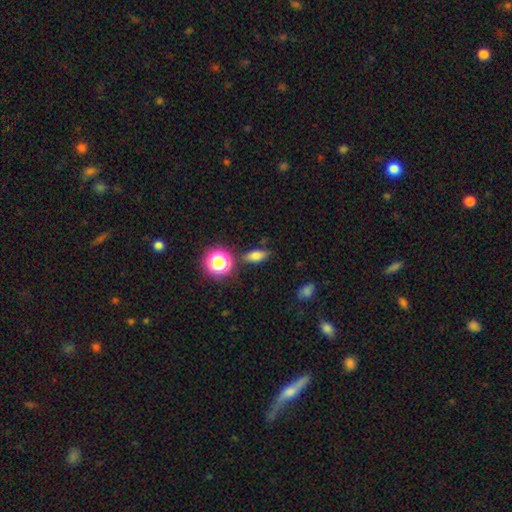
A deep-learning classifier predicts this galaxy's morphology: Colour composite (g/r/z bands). It shows a smooth galaxy with no disk features (72%) that is in between round and cigar-shaped (70%). Merging: none (80%).